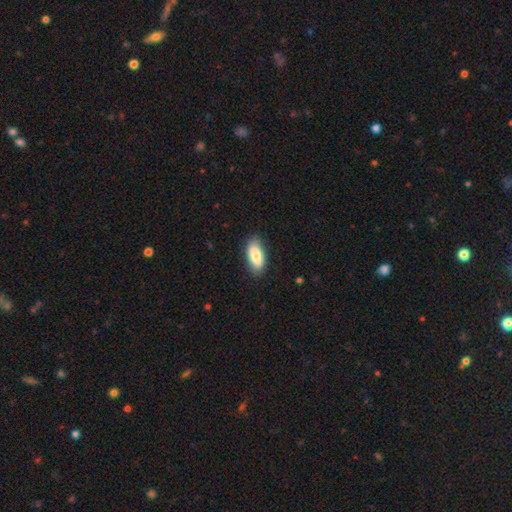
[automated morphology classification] smooth_or_featured: smooth (p=0.80) [alt: featured or disk p=0.14]
how_rounded: in between (p=0.86) [alt: cigar-shaped p=0.12]
merging: none (p=0.83) [alt: minor disturbance p=0.13]